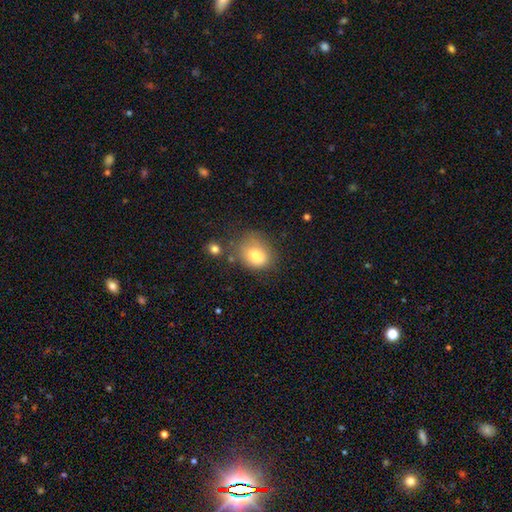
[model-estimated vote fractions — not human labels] smooth_or_featured: smooth (p=0.79) [alt: featured or disk p=0.12]
how_rounded: in between (p=0.51) [alt: round p=0.48]
merging: none (p=0.53) [alt: minor disturbance p=0.28]